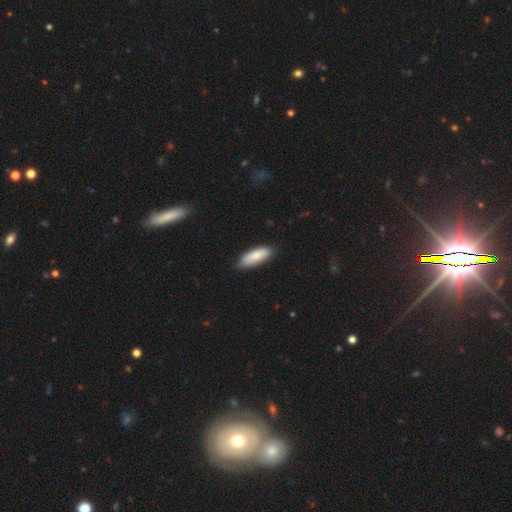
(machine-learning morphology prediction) Smooth or featured: smooth — 85% (featured or disk — 10%)
How rounded: in between — 63% (cigar-shaped — 35%)
Merging: none — 82% (minor disturbance — 15%)